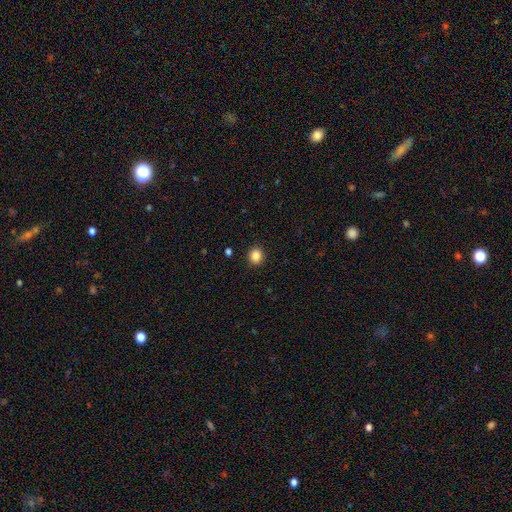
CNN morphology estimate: This is clearly a smooth galaxy (86%). How rounded: clearly round (84%). Merging: clearly none (92%).